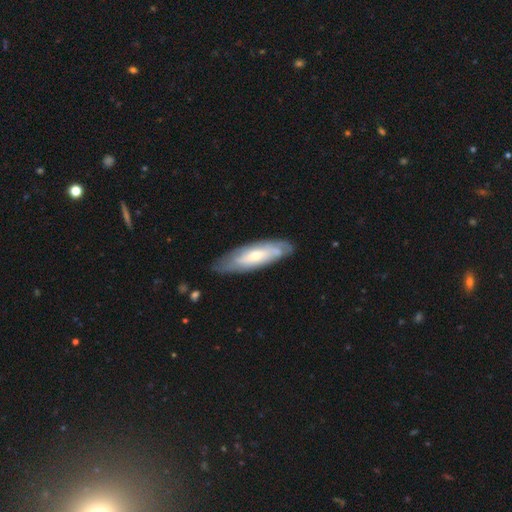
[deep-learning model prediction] This is possibly a featured or disk galaxy (55%). It is likely not viewed edge-on (68%). Merging: likely none (74%).